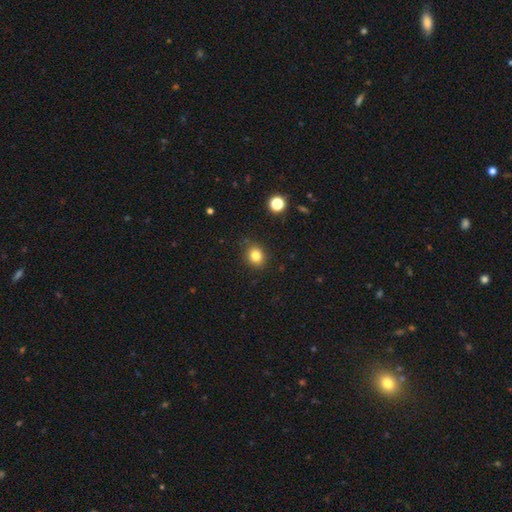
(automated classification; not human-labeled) smooth 82%, star or artifact 12%, featured or disk 6%. Down the decision tree: how rounded — round (64%); merging — none (85%).